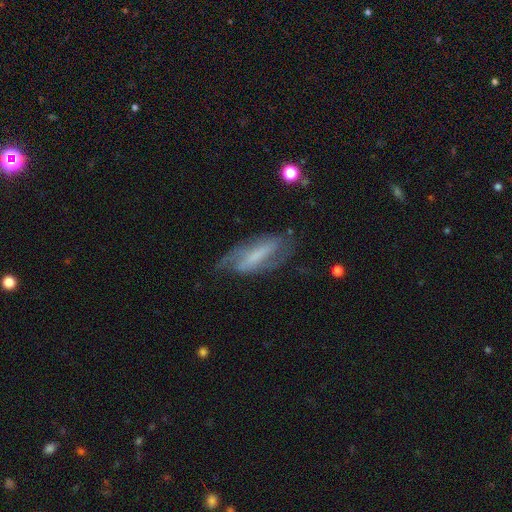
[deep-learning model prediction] Smooth or featured? featured or disk (71%)
Edge-on disk? no (84%)
Bar? strong (47%)
Spiral arms? yes (86%)
Spiral winding? medium (44%)
Spiral arm count? 2 (73%)
Bulge size? none (39%)
Merging? none (63%)